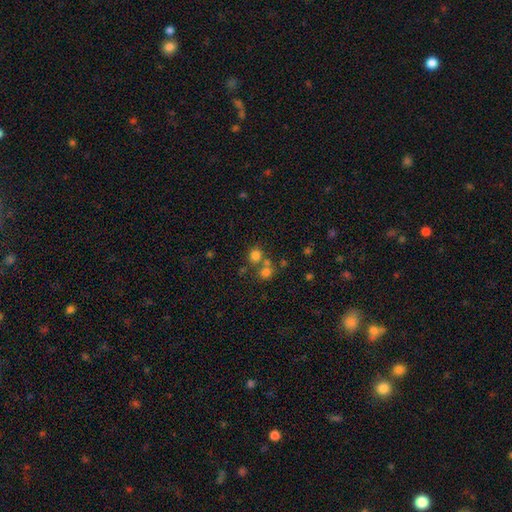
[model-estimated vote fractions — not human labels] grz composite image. It shows a smooth galaxy with no disk features (74%) that is round (84%). Merging: none (57%).